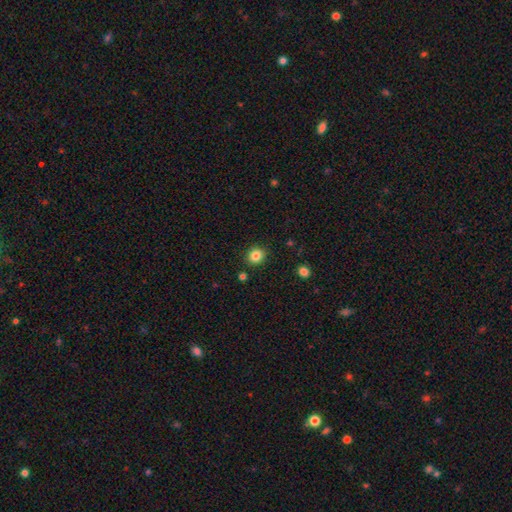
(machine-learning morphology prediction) Overall: smooth (83%). How rounded: round (85%). Merging: none (89%).